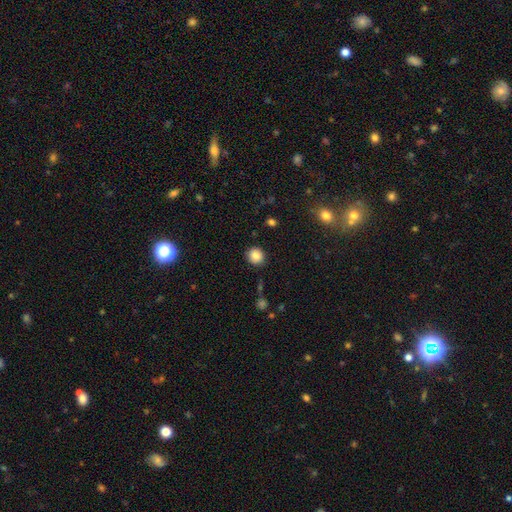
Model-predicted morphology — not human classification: Q: Smooth or featured?
A: smooth (86%); runner-up: star or artifact (10%)
Q: How rounded?
A: round (90%); runner-up: in between (9%)
Q: Merging?
A: none (90%); runner-up: minor disturbance (7%)